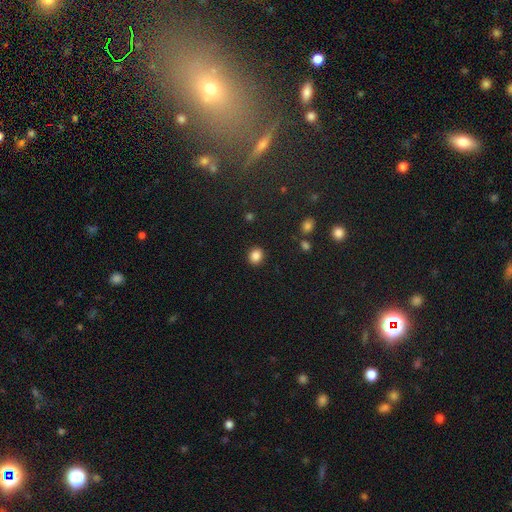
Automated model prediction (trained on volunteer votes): A smooth galaxy with no disk features (86%) that is round (66%).

Vote fractions:
- Smooth or featured? smooth: 86% / star or artifact: 10% / featured or disk: 4%
- How rounded? round: 66% / in between: 33% / cigar-shaped: 1%
- Merging? none: 90% / minor disturbance: 6% / major disturbance: 2% / merger: 1%